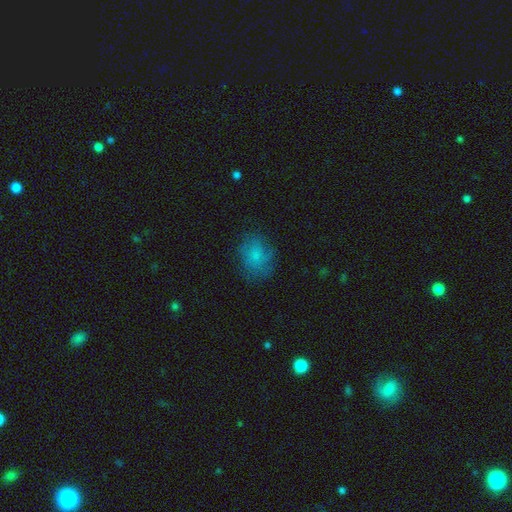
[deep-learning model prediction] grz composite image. It shows a smooth galaxy with no disk features (69%) that is round (57%). Merging: none (69%).